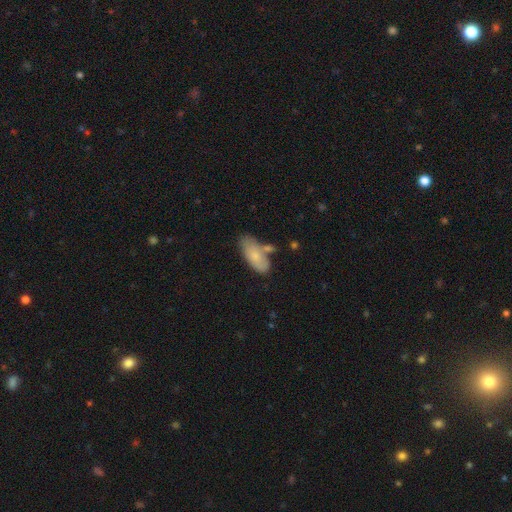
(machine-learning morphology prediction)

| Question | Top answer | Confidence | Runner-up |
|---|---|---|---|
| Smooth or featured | smooth | 77% | featured or disk (17%) |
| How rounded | in between | 85% | cigar-shaped (12%) |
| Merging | none | 58% | minor disturbance (21%) |